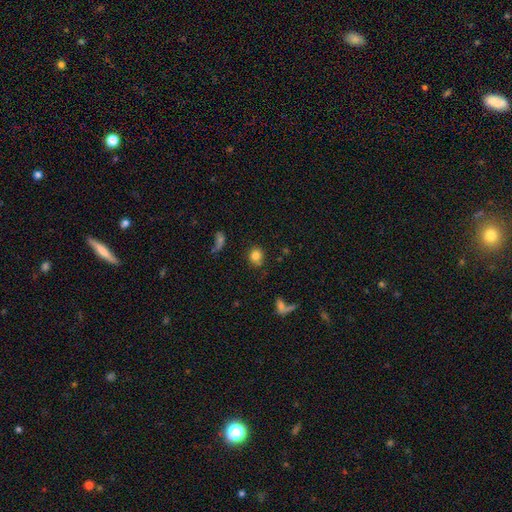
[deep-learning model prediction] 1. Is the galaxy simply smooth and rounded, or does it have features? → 81% smooth, 11% star or artifact, 7% featured or disk.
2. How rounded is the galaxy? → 79% round, 19% in between, 1% cigar-shaped.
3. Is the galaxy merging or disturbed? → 74% none, 14% minor disturbance, 6% merger, 5% major disturbance.